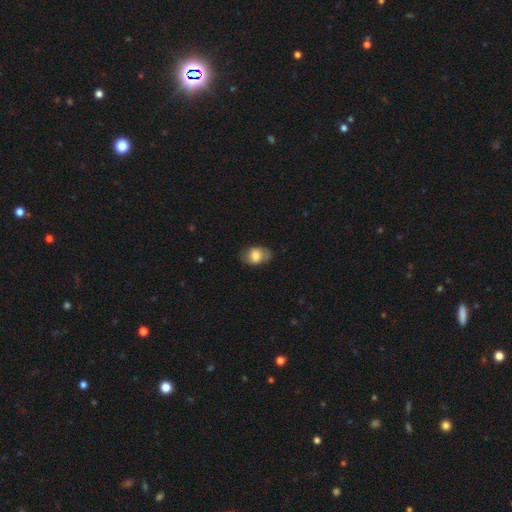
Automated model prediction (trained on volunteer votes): smooth 73%, featured or disk 20%, star or artifact 7%. Down the decision tree: how rounded — in between (80%); merging — none (71%).